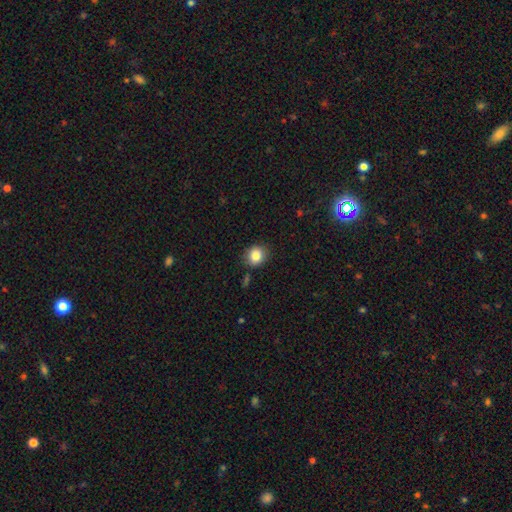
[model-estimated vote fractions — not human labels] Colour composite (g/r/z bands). It shows a smooth galaxy with no disk features (84%) that is round (78%). Merging: none (84%).